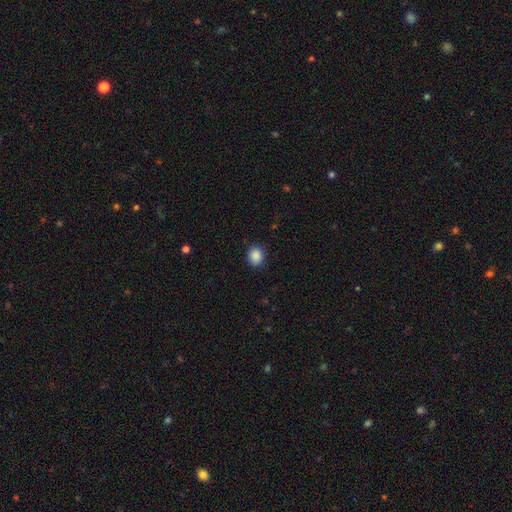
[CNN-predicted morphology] Q: Smooth or featured?
A: smooth (89%); runner-up: star or artifact (9%)
Q: How rounded?
A: round (56%); runner-up: in between (43%)
Q: Merging?
A: none (87%); runner-up: minor disturbance (9%)